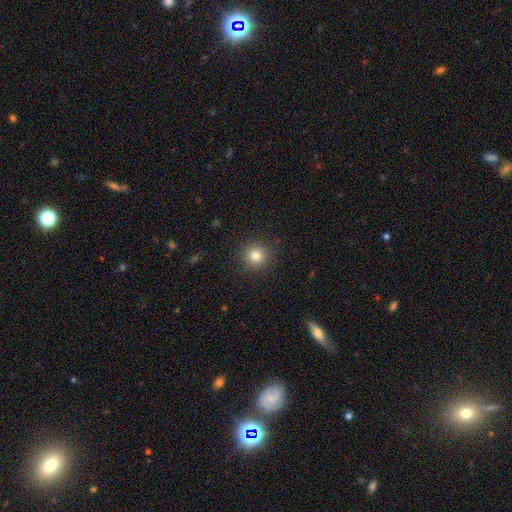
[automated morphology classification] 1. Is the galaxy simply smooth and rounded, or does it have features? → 81% smooth, 13% star or artifact, 7% featured or disk.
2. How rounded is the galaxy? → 94% round, 5% in between, 1% cigar-shaped.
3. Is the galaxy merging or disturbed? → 90% none, 6% minor disturbance, 2% major disturbance, 1% merger.